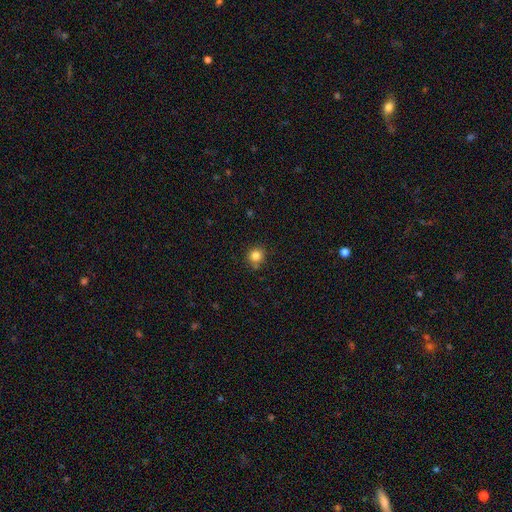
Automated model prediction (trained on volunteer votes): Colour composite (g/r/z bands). It shows a smooth galaxy with no disk features (83%) that is round (88%). Merging: none (81%).